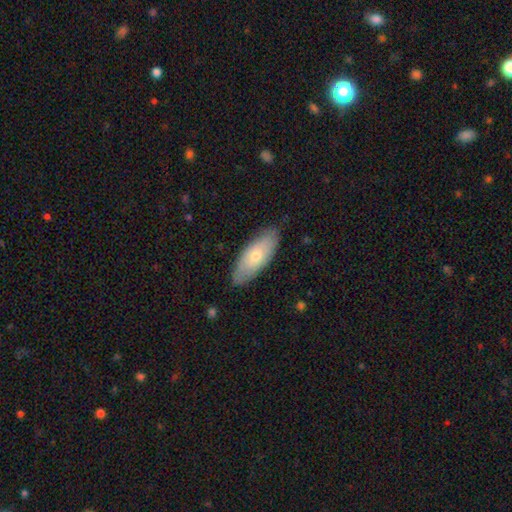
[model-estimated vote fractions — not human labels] Morphology: type=smooth (58%); roundness=in between (78%); merging=none (83%).